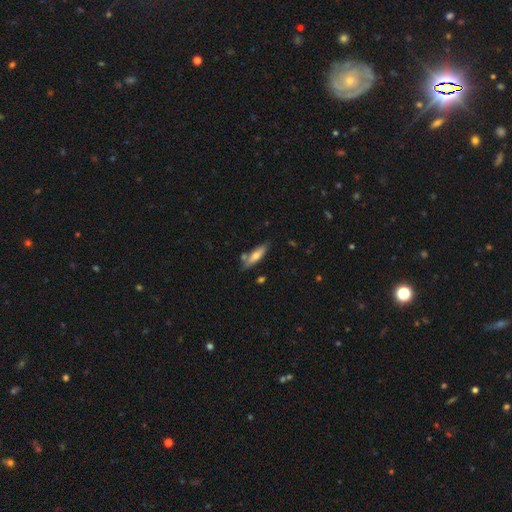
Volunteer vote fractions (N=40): A smooth galaxy with no disk features (57%) that is cigar-shaped (74%).

Vote fractions:
- Smooth or featured? smooth: 57% / featured or disk: 38% / star or artifact: 5%
- How rounded? cigar-shaped: 74% / in between: 26% / round: 0%
- Merging? none: 76% / minor disturbance: 16% / merger: 5% / major disturbance: 3%